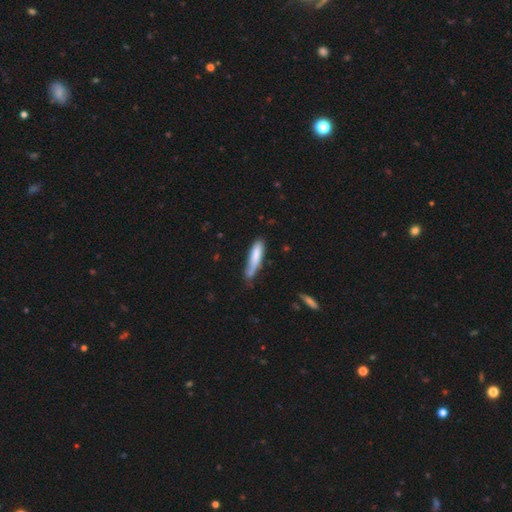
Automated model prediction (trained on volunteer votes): Smooth or featured?
  - smooth: 77% *
  - featured or disk: 17%
  - star or artifact: 6%
How rounded?
  - cigar-shaped: 78% *
  - in between: 20%
  - round: 1%
Merging?
  - none: 49% *
  - minor disturbance: 35%
  - major disturbance: 9%
  - merger: 6%